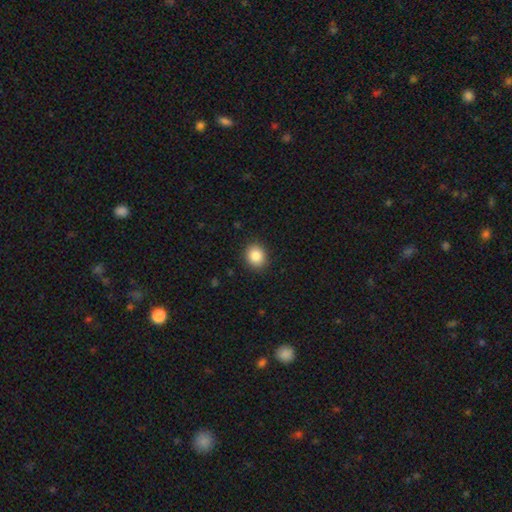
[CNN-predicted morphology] Smooth or featured? Predicted: smooth (p=0.86). How rounded? Predicted: round (p=0.69). Merging? Predicted: none (p=0.90).